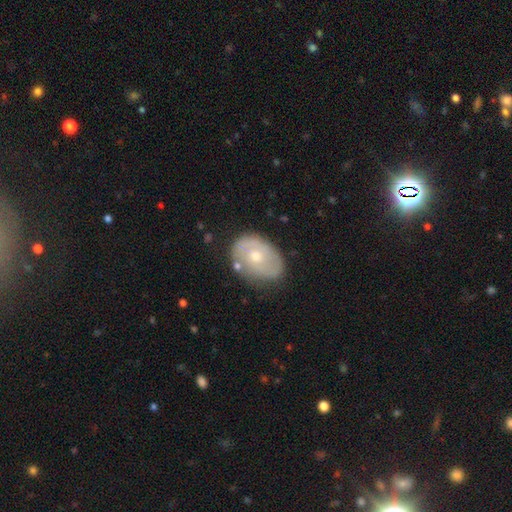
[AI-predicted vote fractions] Smooth or featured? Predicted: featured or disk (p=0.57). Edge-on disk? Predicted: no (p=0.95). Bar? Predicted: no (p=0.78). Spiral arms? Predicted: yes (p=0.57). Bulge size? Predicted: moderate (p=0.63). Merging? Predicted: none (p=0.70).